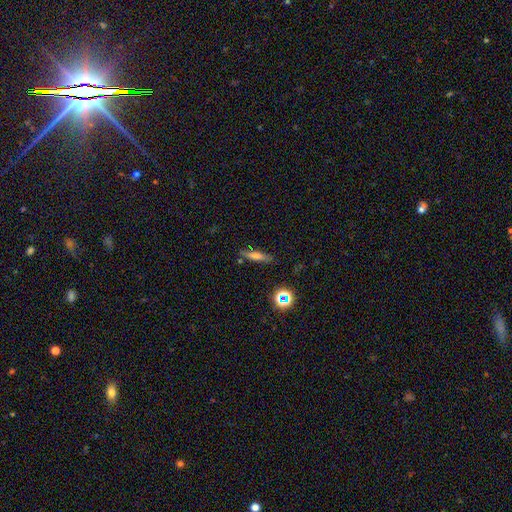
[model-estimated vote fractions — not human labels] Smooth or featured? Predicted: smooth (p=0.58). How rounded? Predicted: cigar-shaped (p=0.76). Merging? Predicted: none (p=0.83).